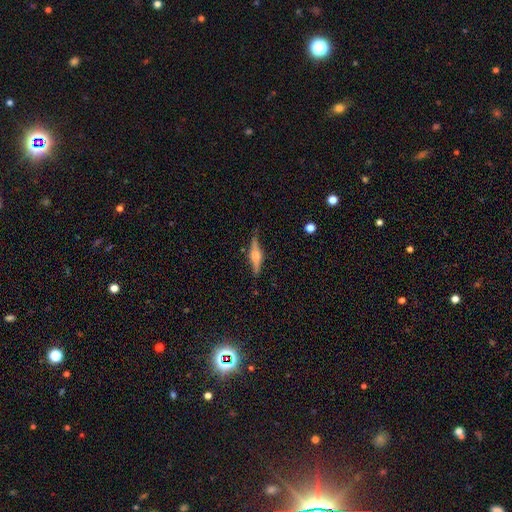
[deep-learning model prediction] Overall: featured or disk (72%). Edge-on disk: yes (95%). Edge-on bulge: rounded (83%). Merging: none (80%).